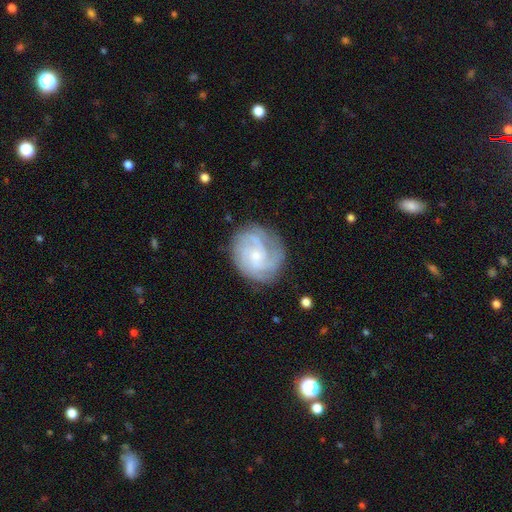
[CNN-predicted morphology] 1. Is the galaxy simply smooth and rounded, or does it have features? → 83% featured or disk, 12% smooth, 5% star or artifact.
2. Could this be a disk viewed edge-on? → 98% no, 2% yes.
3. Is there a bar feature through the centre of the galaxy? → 68% no, 28% weak, 4% strong.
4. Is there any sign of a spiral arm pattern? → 96% yes, 4% no.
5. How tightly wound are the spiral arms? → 59% tight, 33% medium, 7% loose.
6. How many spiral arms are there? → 36% 3, 22% can't tell, 19% 2, 12% 4, 6% 1, 5% more than 4.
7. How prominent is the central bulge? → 69% small, 24% moderate, 5% none, 2% large, 1% dominant.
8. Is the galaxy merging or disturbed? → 76% none, 16% minor disturbance, 6% major disturbance, 1% merger.